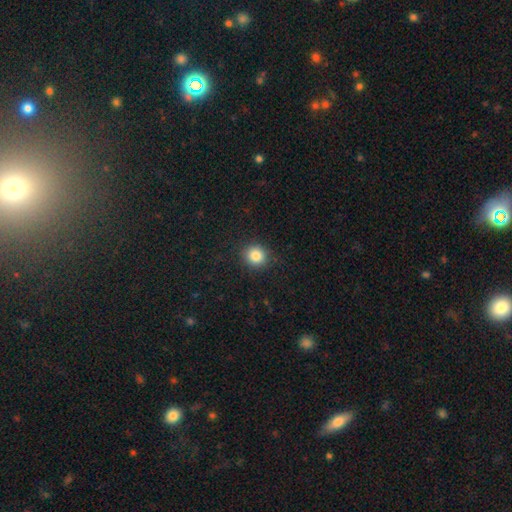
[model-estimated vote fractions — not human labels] A smooth galaxy with no disk features (84%) that is round (87%).

Vote fractions:
- Smooth or featured? smooth: 84% / star or artifact: 11% / featured or disk: 5%
- How rounded? round: 87% / in between: 12% / cigar-shaped: 1%
- Merging? none: 90% / minor disturbance: 7% / major disturbance: 2% / merger: 1%